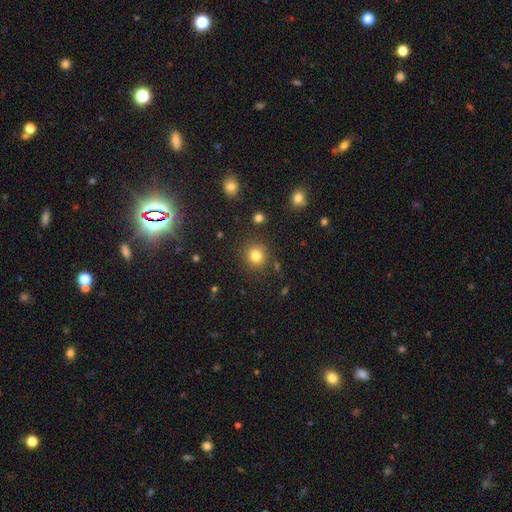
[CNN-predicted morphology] smooth-or-featured: smooth: 81% | star or artifact: 13% | featured or disk: 6%
  how-rounded: round: 89% | in between: 10% | cigar-shaped: 1%
  merging: none: 87% | minor disturbance: 7% | major disturbance: 3% | merger: 3%